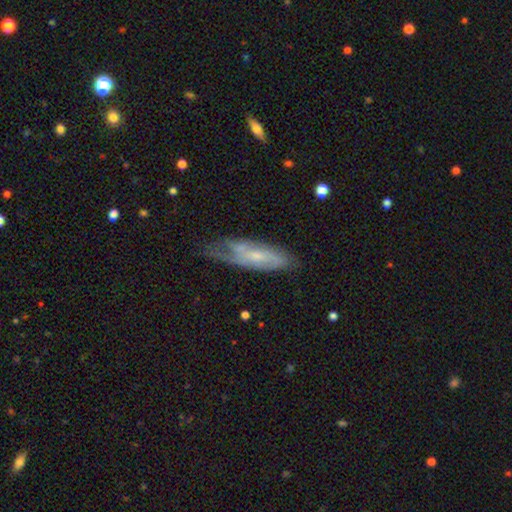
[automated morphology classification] Q: Smooth or featured?
A: featured or disk (65%); runner-up: smooth (28%)
Q: Edge-on disk?
A: no (81%); runner-up: yes (19%)
Q: Bar?
A: no (58%); runner-up: weak (34%)
Q: Spiral arms?
A: yes (82%); runner-up: no (18%)
Q: Bulge size?
A: small (64%); runner-up: moderate (28%)
Q: Merging?
A: none (50%); runner-up: minor disturbance (32%)